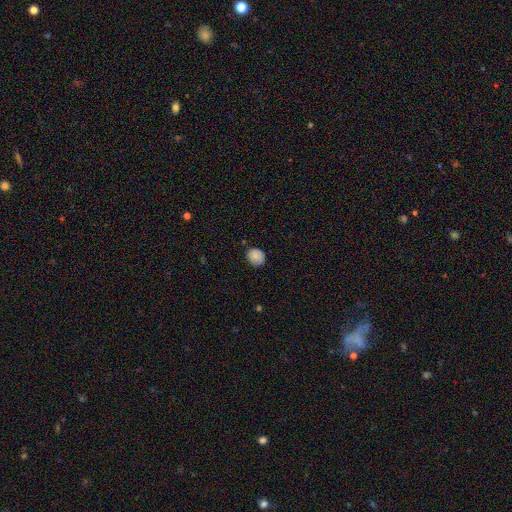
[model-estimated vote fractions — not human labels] smooth_or_featured: smooth (p=0.82) [alt: featured or disk p=0.10]
how_rounded: round (p=0.78) [alt: in between p=0.22]
merging: none (p=0.77) [alt: minor disturbance p=0.19]